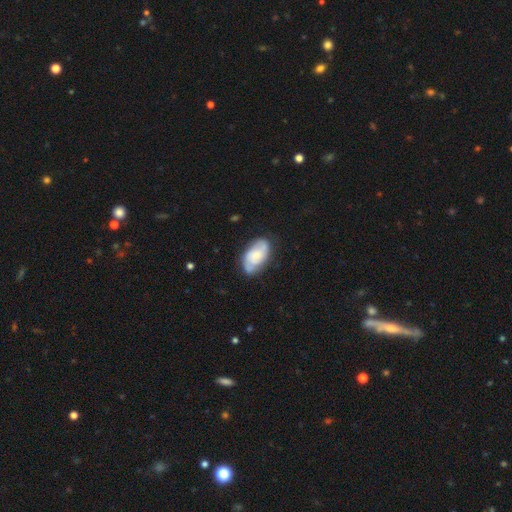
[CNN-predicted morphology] Smooth or featured?
  - featured or disk: 58% *
  - smooth: 36%
  - star or artifact: 6%
Edge-on disk?
  - no: 95% *
  - yes: 5%
Bar?
  - no: 71% *
  - weak: 24%
  - strong: 5%
Spiral arms?
  - yes: 85% *
  - no: 15%
Bulge size?
  - small: 47% *
  - moderate: 39%
  - large: 6%
  - none: 6%
  - dominant: 2%
Merging?
  - none: 71% *
  - minor disturbance: 21%
  - major disturbance: 6%
  - merger: 2%